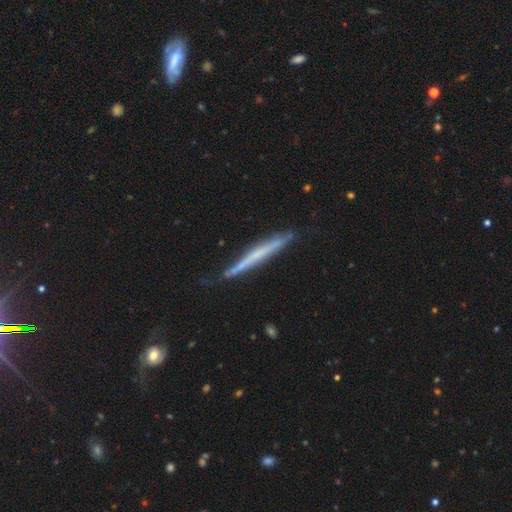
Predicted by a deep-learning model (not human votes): Overall: featured or disk (58%; smooth 37%). Edge-on disk: yes (96%). Edge-on bulge: none (78%). Merging: none (79%).